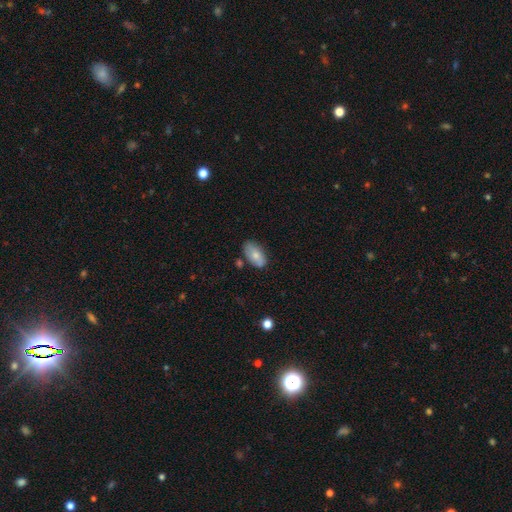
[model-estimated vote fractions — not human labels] Smooth or featured?
  - smooth: 75% *
  - featured or disk: 18%
  - star or artifact: 7%
How rounded?
  - in between: 93% *
  - cigar-shaped: 4%
  - round: 3%
Merging?
  - none: 72% *
  - minor disturbance: 19%
  - merger: 5%
  - major disturbance: 4%